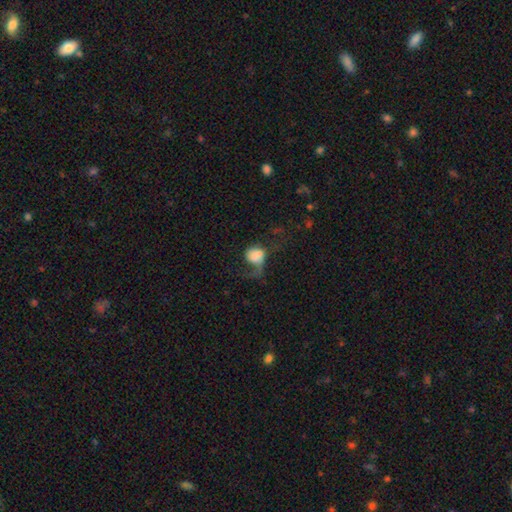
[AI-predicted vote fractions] Overall: smooth (61%; featured or disk 29%). How rounded: round (59%; in between 40%). Merging: major disturbance (51%; none 21%).